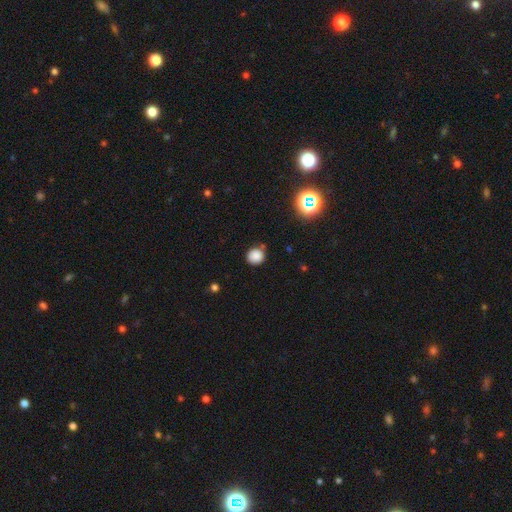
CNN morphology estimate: Overall: smooth (83%). How rounded: round (90%). Merging: none (82%).